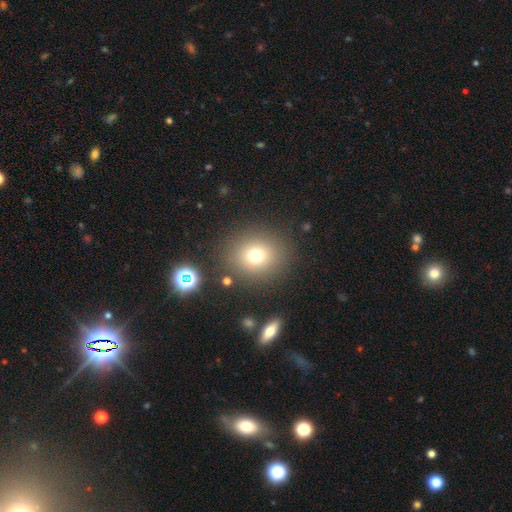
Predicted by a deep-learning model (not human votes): This appears to be a smooth galaxy with no disk features (72%) that is round (82%). Merging: none (85%).